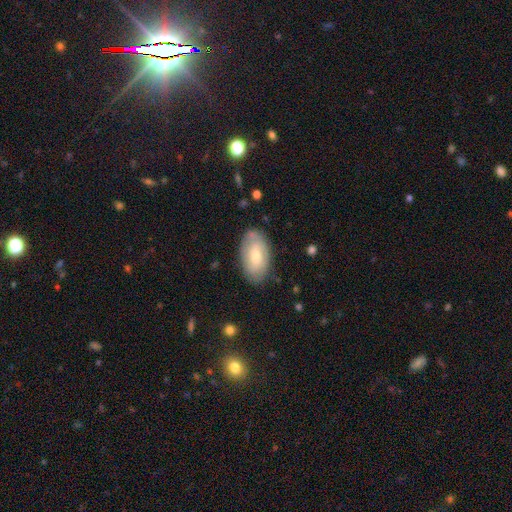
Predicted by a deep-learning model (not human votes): smooth_or_featured: smooth (p=0.59) [alt: featured or disk p=0.35]
how_rounded: in between (p=0.94) [alt: round p=0.04]
merging: none (p=0.78) [alt: minor disturbance p=0.16]